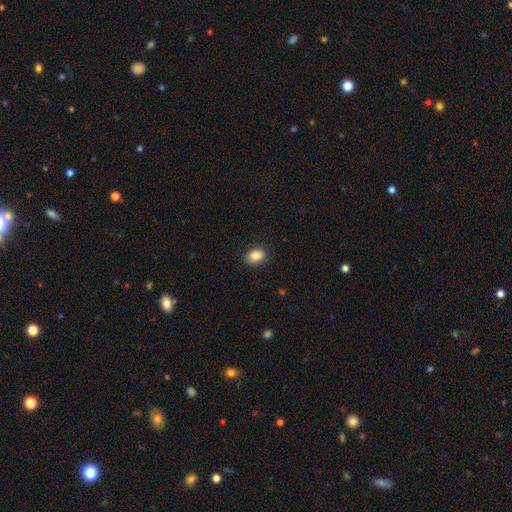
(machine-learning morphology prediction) smooth-or-featured: smooth: 87% | star or artifact: 8% | featured or disk: 5%
  how-rounded: in between: 72% | round: 27% | cigar-shaped: 1%
  merging: none: 88% | minor disturbance: 9% | major disturbance: 2% | merger: 1%